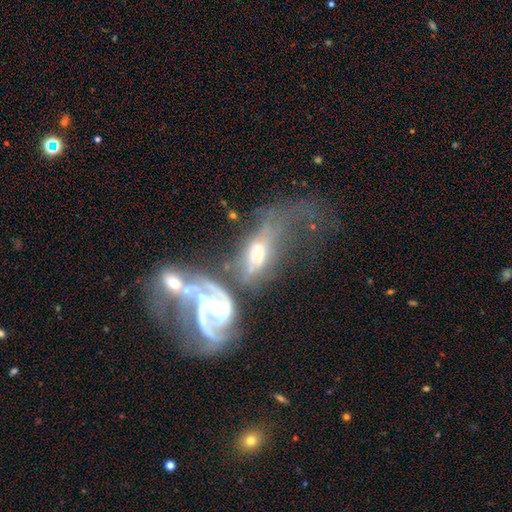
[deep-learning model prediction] This appears to be a featured or disk galaxy (59%) with no bar (66%), spiral arms (52%) and a moderate central bulge (49%). Merging: merger (61%).